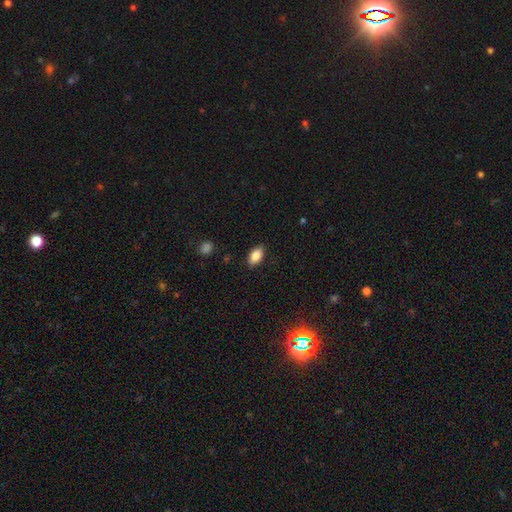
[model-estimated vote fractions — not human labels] The model was most divided on "merging": none: 86%, minor disturbance: 11%, major disturbance: 2%, merger: 1%. More confident: how rounded — in between (91%); smooth or featured — smooth (86%).